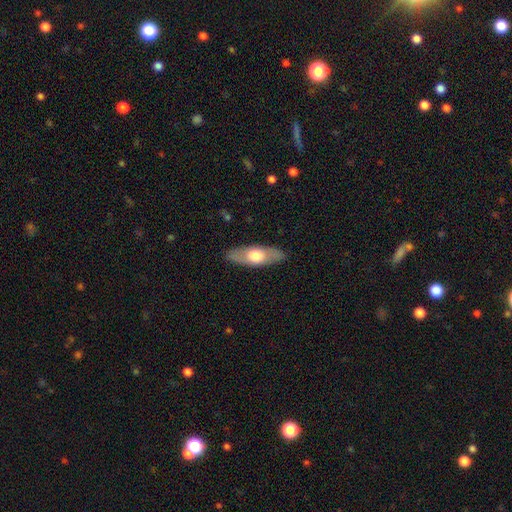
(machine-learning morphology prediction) This appears to be a smooth galaxy with no disk features (54%) that is in between round and cigar-shaped (61%). Merging: none (87%).